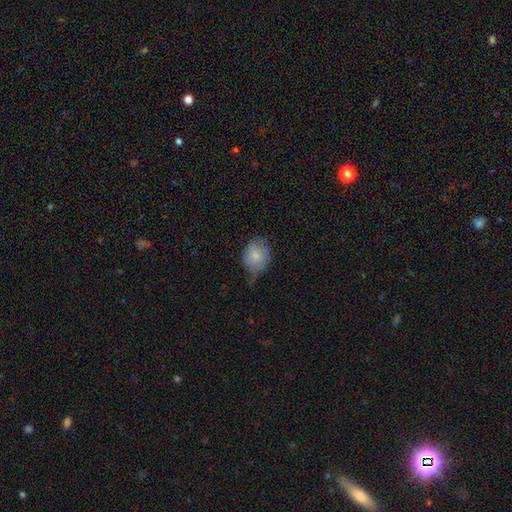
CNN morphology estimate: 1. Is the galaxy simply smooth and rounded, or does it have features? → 76% smooth, 16% featured or disk, 8% star or artifact.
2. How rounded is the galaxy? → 56% round, 43% in between, 1% cigar-shaped.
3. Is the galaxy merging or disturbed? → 45% none, 40% minor disturbance, 14% major disturbance, 2% merger.